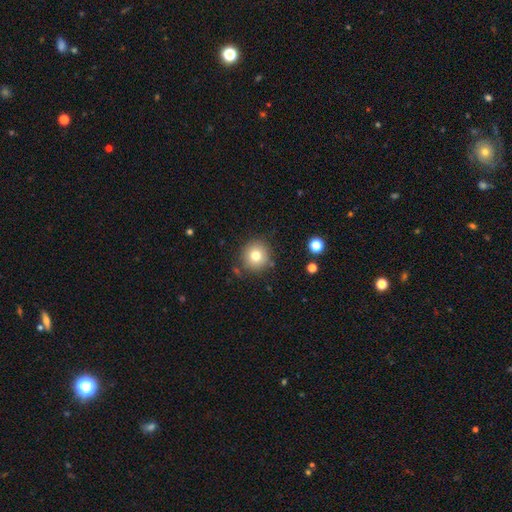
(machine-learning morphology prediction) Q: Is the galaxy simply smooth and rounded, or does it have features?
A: smooth — 77%.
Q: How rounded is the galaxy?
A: round — 93%.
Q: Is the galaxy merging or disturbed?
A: none — 84%.